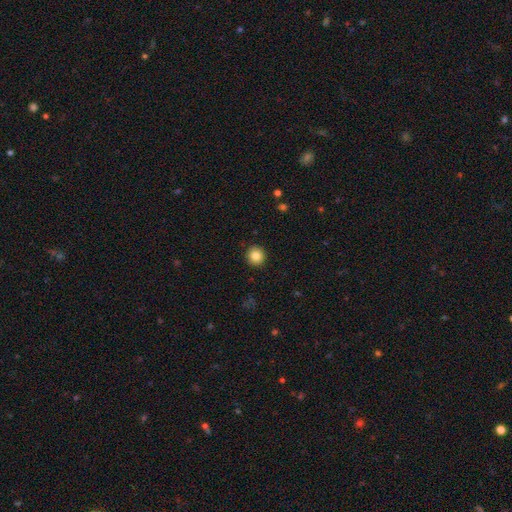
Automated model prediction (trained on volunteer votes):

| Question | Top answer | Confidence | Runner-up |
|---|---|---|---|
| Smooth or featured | smooth | 84% | star or artifact (10%) |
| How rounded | round | 94% | in between (5%) |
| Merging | none | 93% | minor disturbance (5%) |